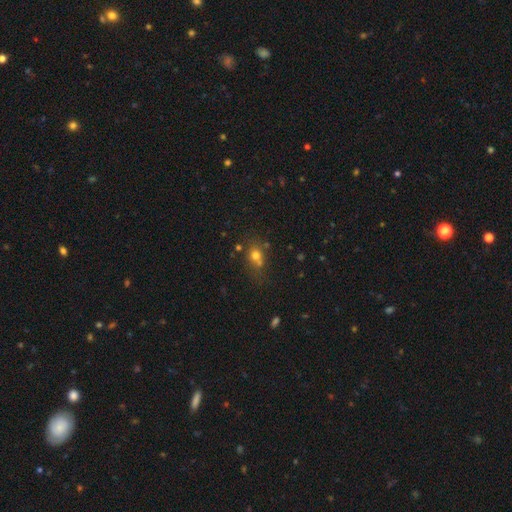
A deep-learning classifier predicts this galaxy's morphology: Smooth or featured: smooth — 69% (star or artifact — 17%)
How rounded: round — 64% (in between — 34%)
Merging: none — 50% (merger — 27%)